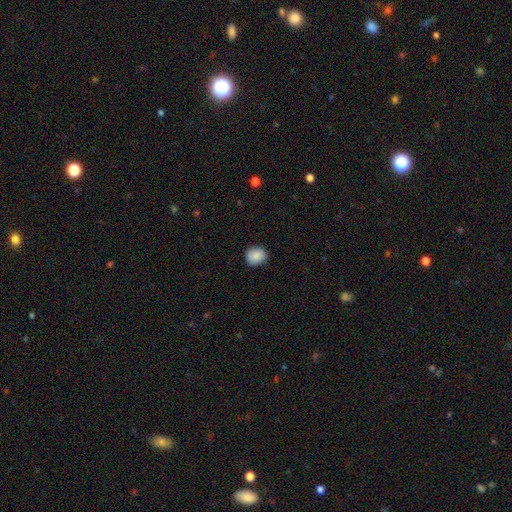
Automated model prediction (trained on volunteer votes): This appears to be a smooth galaxy with no disk features (88%) that is round (77%). Merging: none (87%).